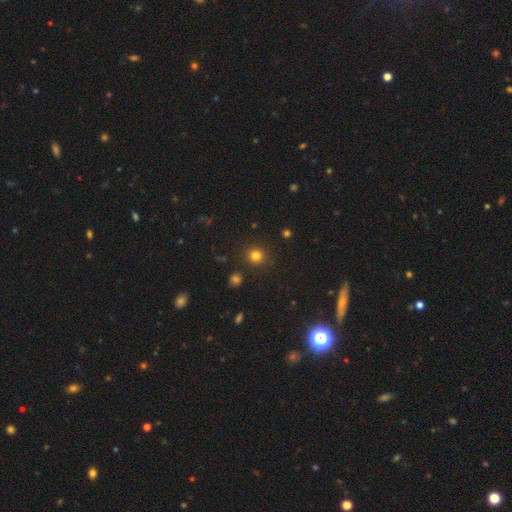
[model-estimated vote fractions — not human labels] smooth_or_featured: smooth (p=0.80) [alt: star or artifact p=0.15]
how_rounded: round (p=0.92) [alt: in between p=0.07]
merging: none (p=0.88) [alt: minor disturbance p=0.07]